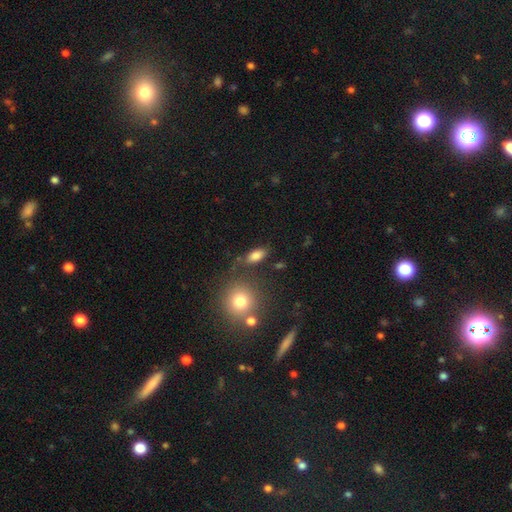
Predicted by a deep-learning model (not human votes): Smooth or featured: smooth — 82% (star or artifact — 10%)
How rounded: in between — 85% (round — 8%)
Merging: none — 72% (minor disturbance — 15%)